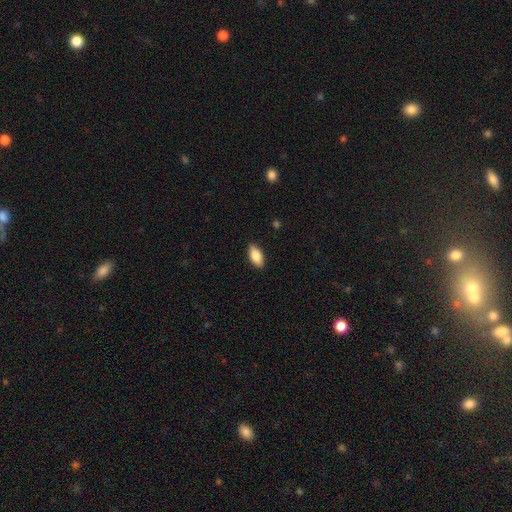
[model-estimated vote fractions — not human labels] Q: Smooth or featured?
A: smooth (83%); runner-up: featured or disk (10%)
Q: How rounded?
A: in between (89%); runner-up: cigar-shaped (8%)
Q: Merging?
A: none (87%); runner-up: minor disturbance (10%)